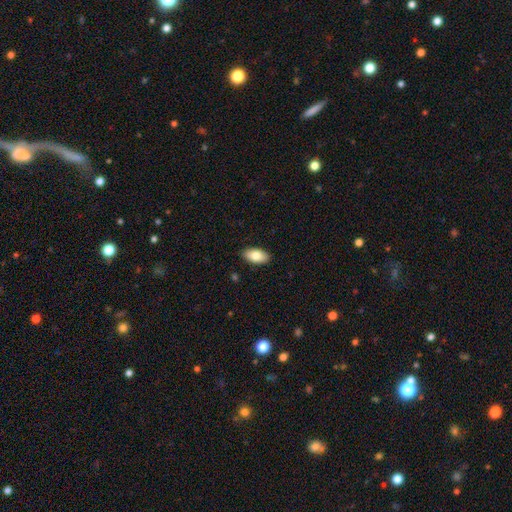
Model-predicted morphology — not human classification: smooth-or-featured: smooth: 81% | featured or disk: 12% | star or artifact: 7%
  how-rounded: in between: 94% | round: 3% | cigar-shaped: 3%
  merging: none: 89% | minor disturbance: 8% | major disturbance: 2% | merger: 1%